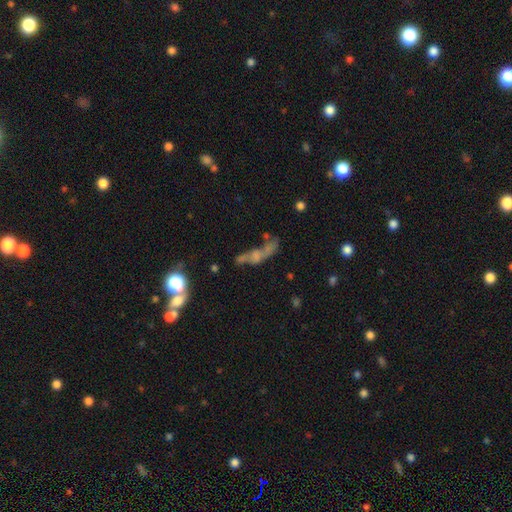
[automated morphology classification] This is marginally a featured or disk galaxy (41%). Merging: marginally none (35%).